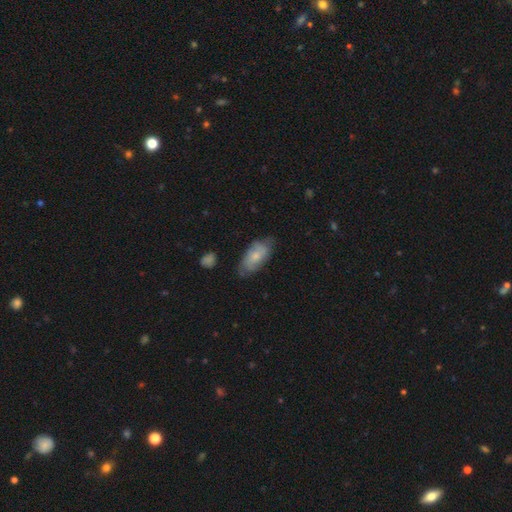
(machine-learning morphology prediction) Smooth or featured? Predicted: smooth (p=0.58). How rounded? Predicted: in between (p=0.89). Merging? Predicted: none (p=0.65).